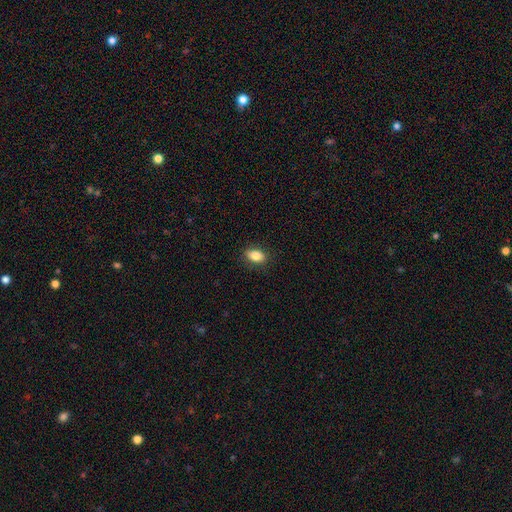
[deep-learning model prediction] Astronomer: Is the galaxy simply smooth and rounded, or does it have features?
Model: smooth — 84%.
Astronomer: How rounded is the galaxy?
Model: in between — 84%.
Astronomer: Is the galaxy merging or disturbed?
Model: none — 86%.